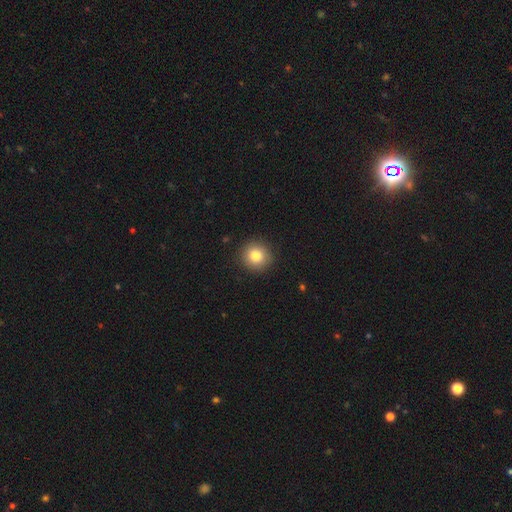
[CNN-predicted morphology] Q: Smooth or featured?
A: smooth (81%); runner-up: star or artifact (10%)
Q: How rounded?
A: round (93%); runner-up: in between (6%)
Q: Merging?
A: none (91%); runner-up: minor disturbance (6%)